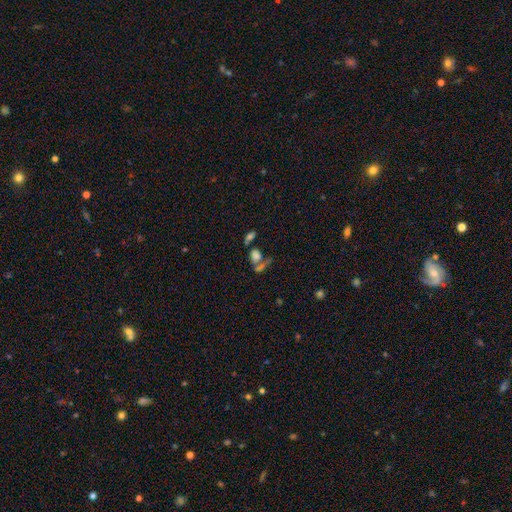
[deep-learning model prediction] Q: Smooth or featured?
A: smooth (68%); runner-up: star or artifact (16%)
Q: How rounded?
A: in between (66%); runner-up: round (29%)
Q: Merging?
A: merger (45%); runner-up: none (33%)